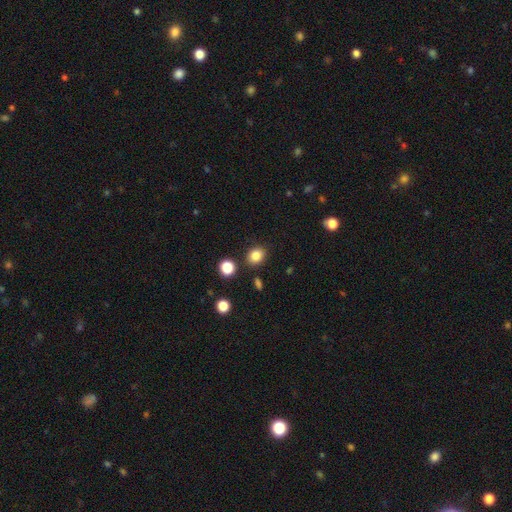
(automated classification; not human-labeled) smooth-or-featured: smooth: 83% | star or artifact: 11% | featured or disk: 5%
  how-rounded: round: 55% | in between: 44% | cigar-shaped: 1%
  merging: none: 84% | minor disturbance: 9% | merger: 4% | major disturbance: 3%